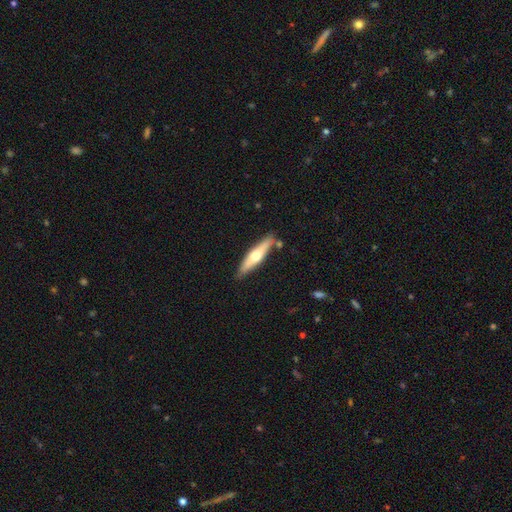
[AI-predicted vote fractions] smooth-or-featured: featured or disk: 51% | smooth: 44% | star or artifact: 5%
  disk-edge-on: yes: 90% | no: 10%
  merging: none: 83% | minor disturbance: 11% | merger: 4% | major disturbance: 2%